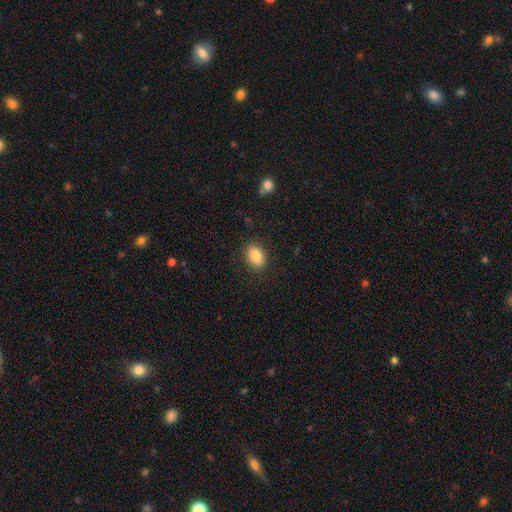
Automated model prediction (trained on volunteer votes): Q: Smooth or featured?
A: smooth (87%); runner-up: star or artifact (8%)
Q: How rounded?
A: in between (85%); runner-up: round (14%)
Q: Merging?
A: none (88%); runner-up: minor disturbance (9%)